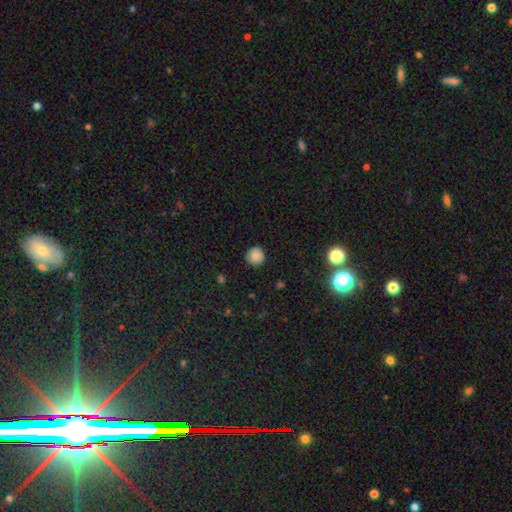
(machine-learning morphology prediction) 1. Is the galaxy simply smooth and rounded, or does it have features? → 85% smooth, 11% star or artifact, 5% featured or disk.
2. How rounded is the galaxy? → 94% round, 5% in between, 1% cigar-shaped.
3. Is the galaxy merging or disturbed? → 89% none, 8% minor disturbance, 2% major disturbance, 1% merger.